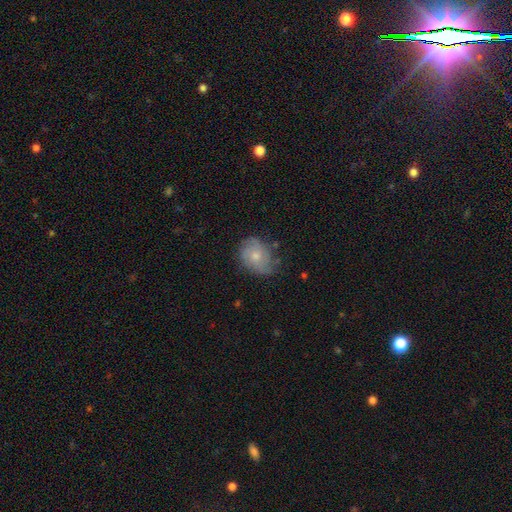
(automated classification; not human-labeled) This appears to be a smooth galaxy with no disk features (47%). Merging: none (65%).